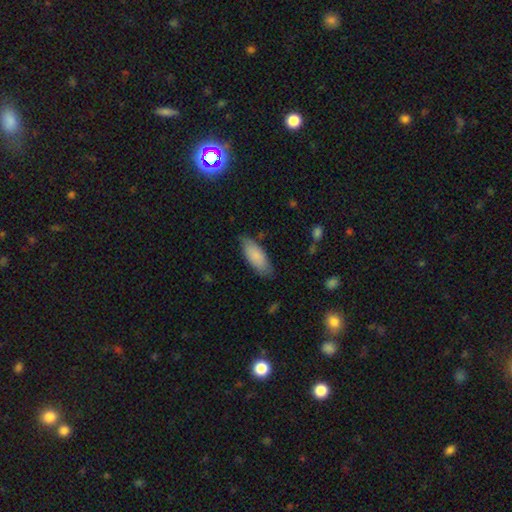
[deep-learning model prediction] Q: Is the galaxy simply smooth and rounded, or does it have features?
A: smooth — 85%.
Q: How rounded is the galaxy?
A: in between — 79%.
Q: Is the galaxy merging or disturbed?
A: none — 76%.